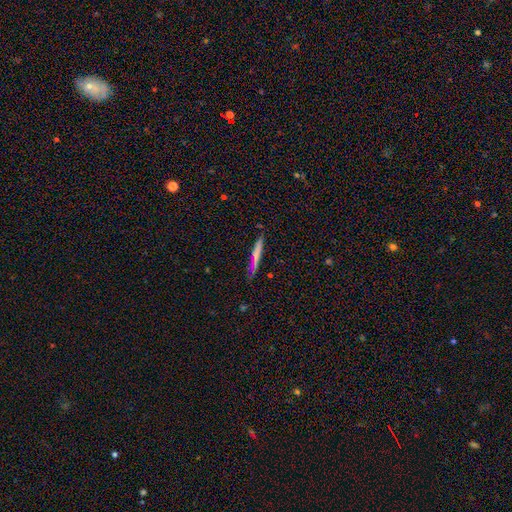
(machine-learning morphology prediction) Overall: smooth (64%; featured or disk 29%). How rounded: cigar-shaped (95%). Merging: none (82%).